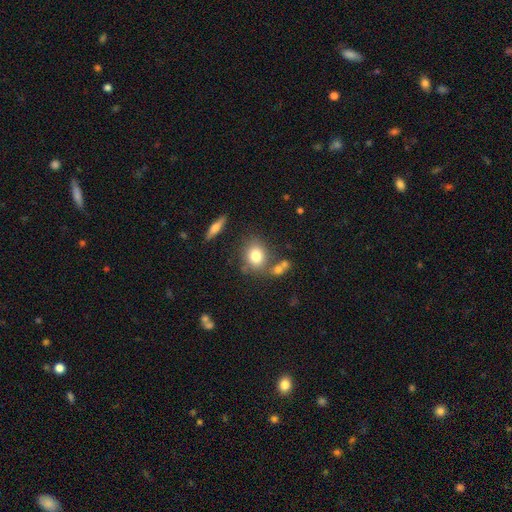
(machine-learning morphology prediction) smooth 78%, featured or disk 12%, star or artifact 10%. Down the decision tree: how rounded — round (54%); merging — none (66%).